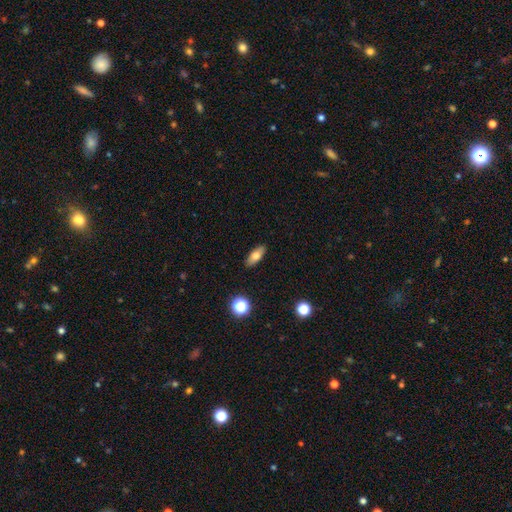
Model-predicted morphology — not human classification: Smooth or featured: smooth — 73% (featured or disk — 18%)
How rounded: in between — 74% (cigar-shaped — 21%)
Merging: none — 89% (minor disturbance — 8%)